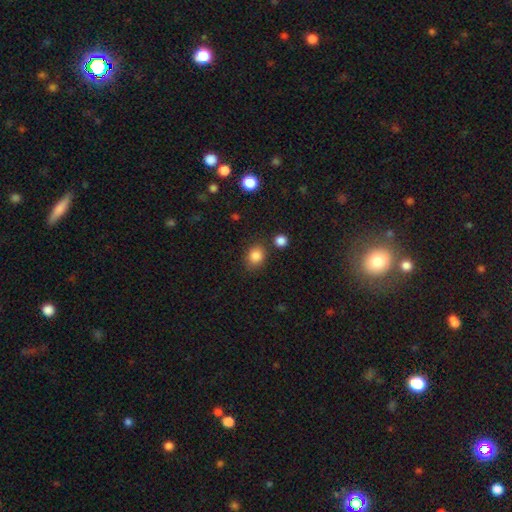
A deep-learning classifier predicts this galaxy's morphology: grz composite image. It shows a smooth galaxy with no disk features (85%) that is round (58%). Merging: none (79%).